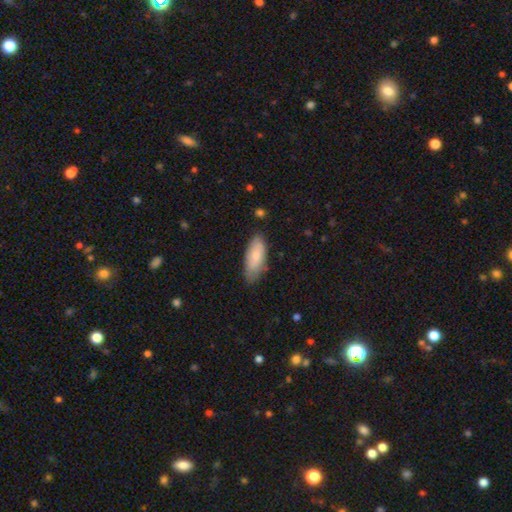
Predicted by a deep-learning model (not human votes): Smooth or featured: smooth — 78% (featured or disk — 16%)
How rounded: in between — 82% (cigar-shaped — 16%)
Merging: none — 72% (minor disturbance — 23%)